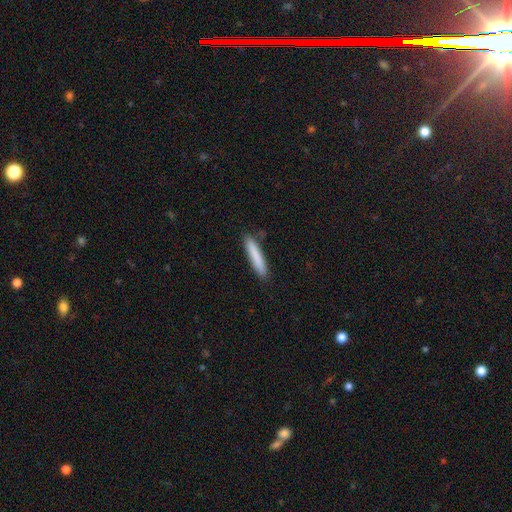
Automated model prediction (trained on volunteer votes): This appears to be a smooth galaxy with no disk features (83%) that is cigar-shaped (92%). Merging: none (88%).